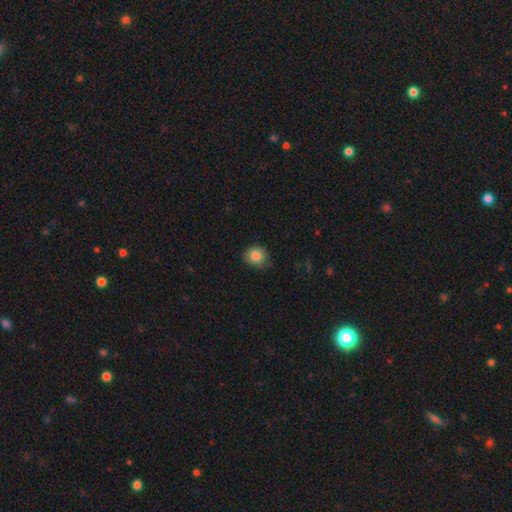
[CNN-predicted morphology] smooth 83%, star or artifact 9%, featured or disk 8%. Down the decision tree: how rounded — round (77%); merging — none (72%).